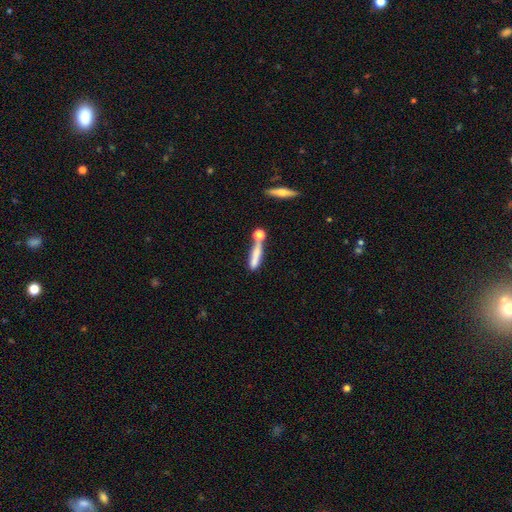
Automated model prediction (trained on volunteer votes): Q: Smooth or featured?
A: smooth (70%); runner-up: featured or disk (21%)
Q: How rounded?
A: cigar-shaped (80%); runner-up: in between (15%)
Q: Merging?
A: none (48%); runner-up: merger (29%)